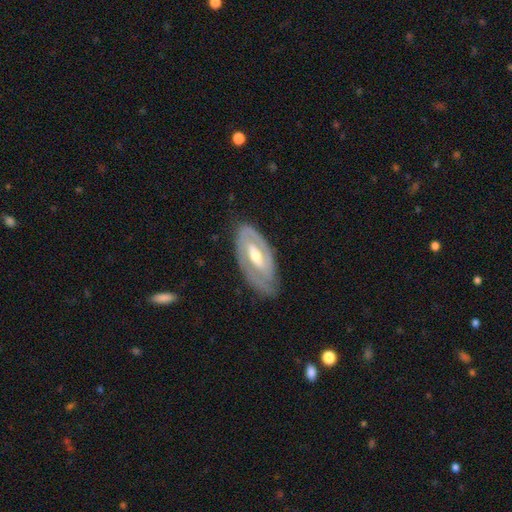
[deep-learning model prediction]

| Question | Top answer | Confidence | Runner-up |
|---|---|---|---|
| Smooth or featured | featured or disk | 78% | smooth (17%) |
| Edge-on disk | no | 90% | yes (10%) |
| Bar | weak | 38% | strong (35%) |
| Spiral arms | yes | 71% | no (29%) |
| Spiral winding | tight | 58% | medium (32%) |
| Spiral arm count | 2 | 66% | can't tell (21%) |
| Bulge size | moderate | 67% | small (24%) |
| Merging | none | 74% | minor disturbance (19%) |